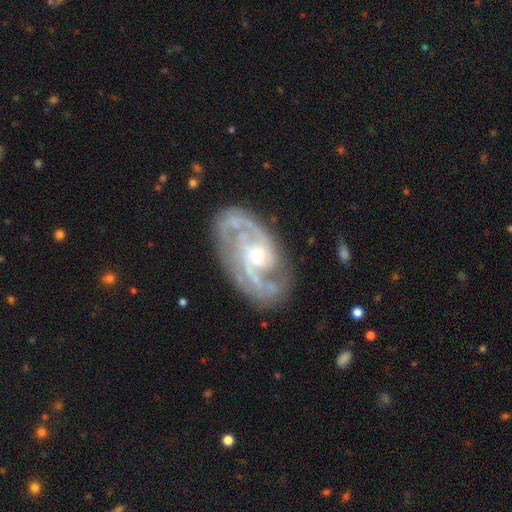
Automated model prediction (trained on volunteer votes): A featured or disk galaxy (90%) with no bar (54%), 2 (67%) medium (49%) spiral arms (97%) and a small central bulge (46%). Merging: none (75%).